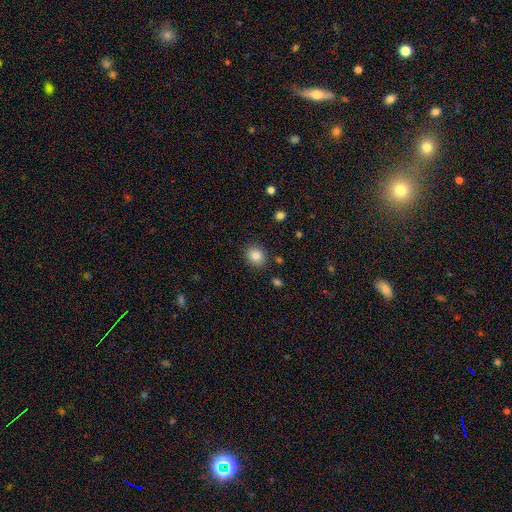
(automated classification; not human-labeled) A smooth galaxy with no disk features (85%) that is round (65%).

Vote fractions:
- Smooth or featured? smooth: 85% / star or artifact: 10% / featured or disk: 5%
- How rounded? round: 65% / in between: 34% / cigar-shaped: 1%
- Merging? none: 87% / minor disturbance: 9% / major disturbance: 3% / merger: 2%